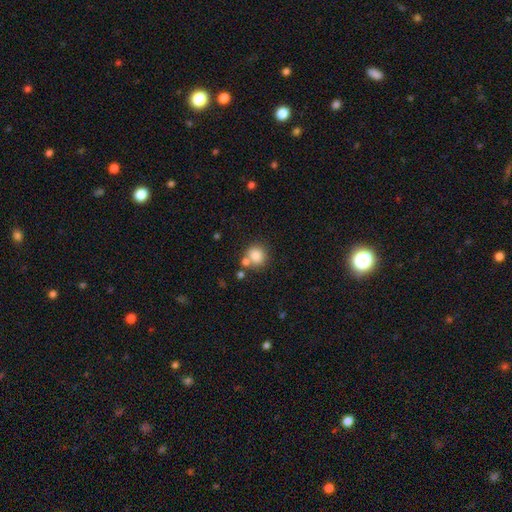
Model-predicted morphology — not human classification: Smooth or featured: smooth — 82% (star or artifact — 10%)
How rounded: round — 87% (in between — 12%)
Merging: none — 64% (merger — 21%)